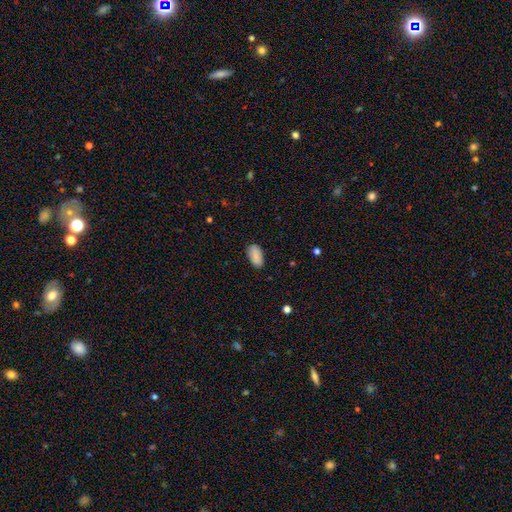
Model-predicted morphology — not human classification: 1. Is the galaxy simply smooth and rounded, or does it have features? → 89% smooth, 7% star or artifact, 5% featured or disk.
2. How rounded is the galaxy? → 94% in between, 3% cigar-shaped, 3% round.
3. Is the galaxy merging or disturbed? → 85% none, 12% minor disturbance, 2% major disturbance, 1% merger.